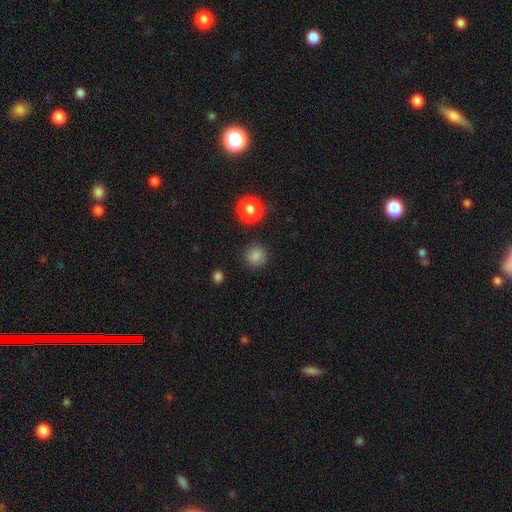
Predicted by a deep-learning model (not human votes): A smooth galaxy with no disk features (84%) that is round (93%).

Vote fractions:
- Smooth or featured? smooth: 84% / star or artifact: 13% / featured or disk: 4%
- How rounded? round: 93% / in between: 6% / cigar-shaped: 1%
- Merging? none: 89% / minor disturbance: 7% / major disturbance: 3% / merger: 2%